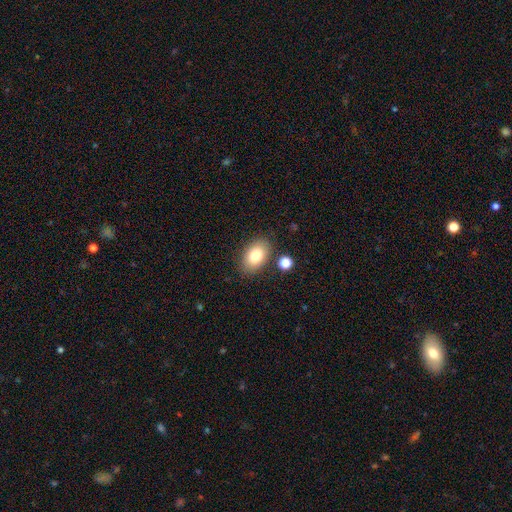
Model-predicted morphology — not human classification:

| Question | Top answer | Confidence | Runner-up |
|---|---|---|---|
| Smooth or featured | smooth | 80% | featured or disk (12%) |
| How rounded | in between | 90% | round (9%) |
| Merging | none | 82% | minor disturbance (11%) |